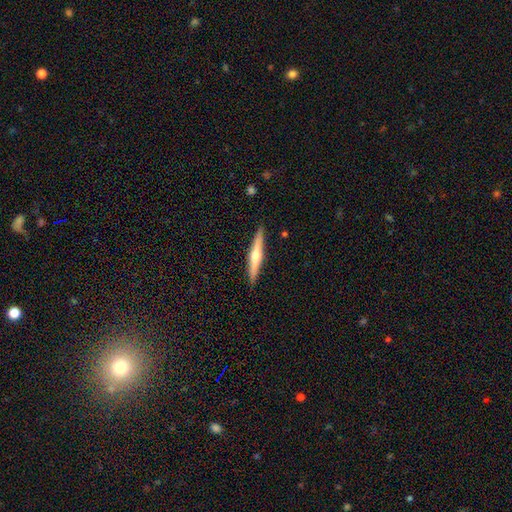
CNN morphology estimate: Smooth or featured: featured or disk — 65% (smooth — 30%)
Edge-on disk: yes — 98% (no — 2%)
Edge-on bulge: rounded — 91% (none — 6%)
Merging: none — 91% (minor disturbance — 6%)